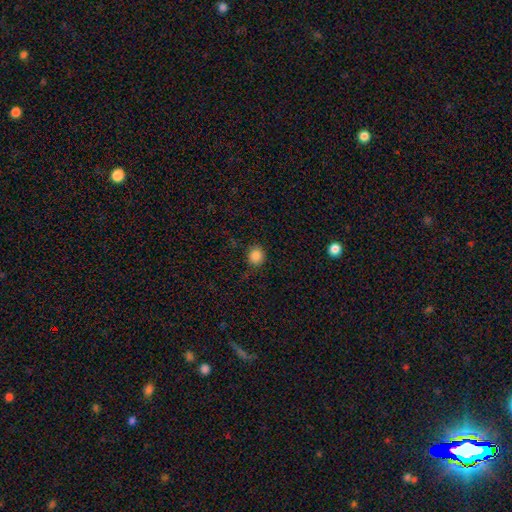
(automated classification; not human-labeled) Smooth or featured?
  - smooth: 85% *
  - star or artifact: 12%
  - featured or disk: 3%
How rounded?
  - round: 84% *
  - in between: 15%
  - cigar-shaped: 1%
Merging?
  - none: 84% *
  - minor disturbance: 12%
  - major disturbance: 3%
  - merger: 2%